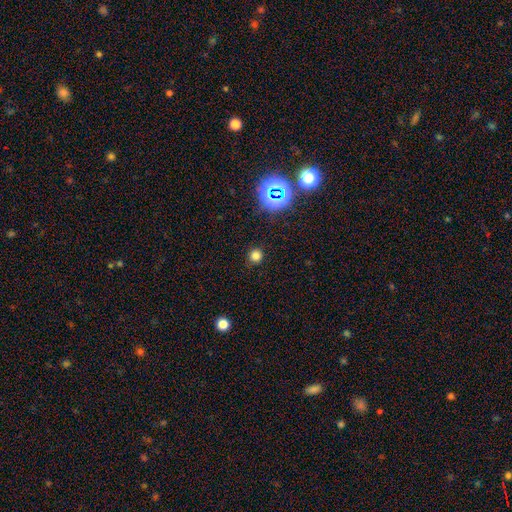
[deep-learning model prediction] smooth_or_featured: smooth (p=0.74) [alt: star or artifact p=0.21]
how_rounded: round (p=0.92) [alt: in between p=0.07]
merging: none (p=0.88) [alt: minor disturbance p=0.08]